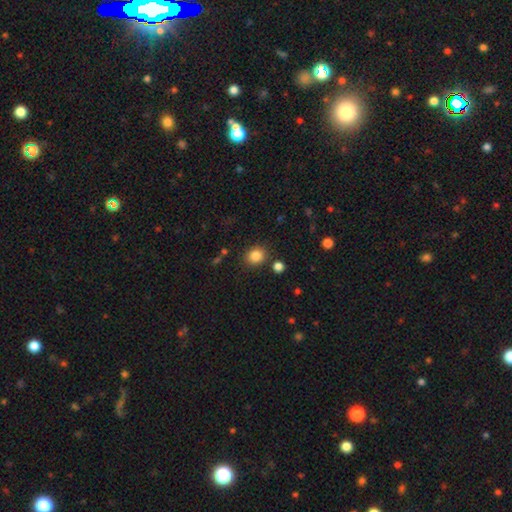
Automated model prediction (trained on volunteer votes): Morphology: type=smooth (85%); roundness=round (72%); merging=none (83%).